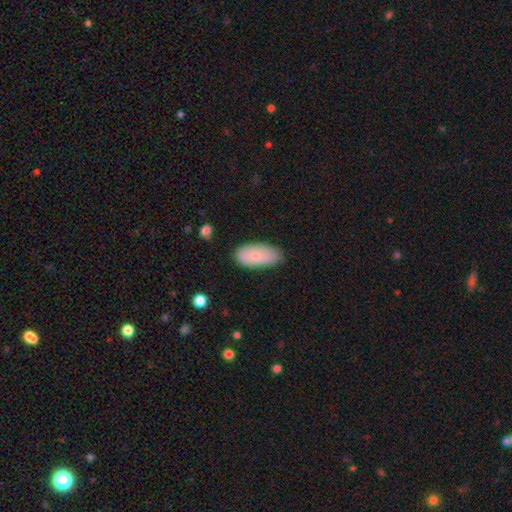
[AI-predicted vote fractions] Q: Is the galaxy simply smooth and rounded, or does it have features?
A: smooth — 78%.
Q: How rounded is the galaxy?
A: in between — 92%.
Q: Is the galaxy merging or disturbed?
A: none — 73%.